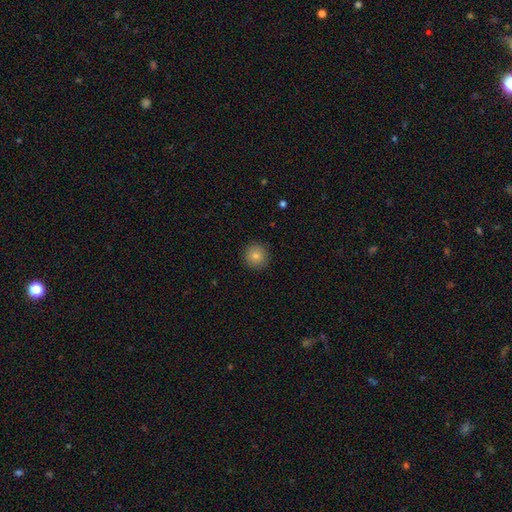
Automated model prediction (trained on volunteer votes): smooth-or-featured: smooth: 83% | star or artifact: 10% | featured or disk: 8%
  how-rounded: round: 94% | in between: 5% | cigar-shaped: 1%
  merging: none: 91% | minor disturbance: 6% | major disturbance: 2% | merger: 1%